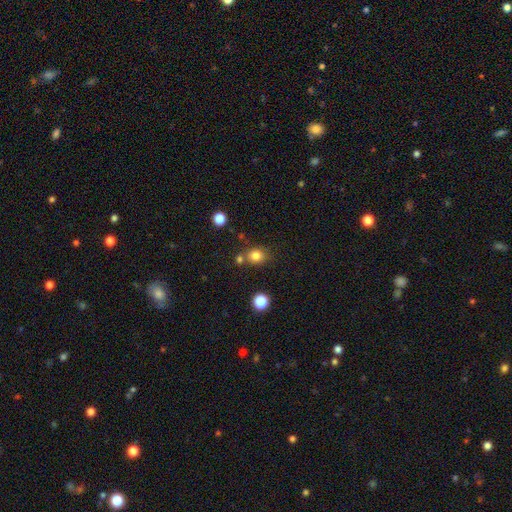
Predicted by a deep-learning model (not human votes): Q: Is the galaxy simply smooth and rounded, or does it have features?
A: smooth — 81%.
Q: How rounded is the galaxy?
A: round — 72%.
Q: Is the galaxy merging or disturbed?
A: none — 69%.